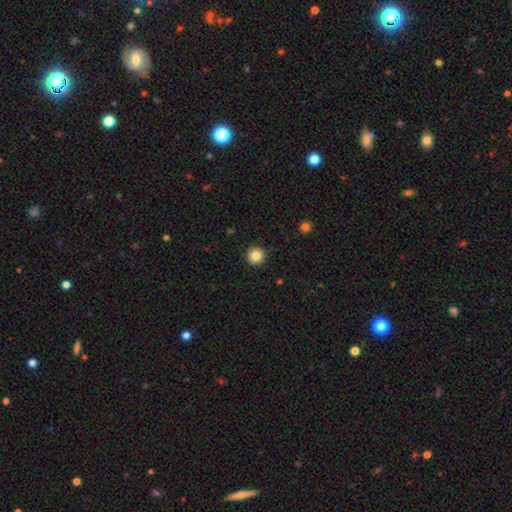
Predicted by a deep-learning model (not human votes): smooth 84%, star or artifact 10%, featured or disk 6%. Down the decision tree: how rounded — round (96%); merging — none (93%).